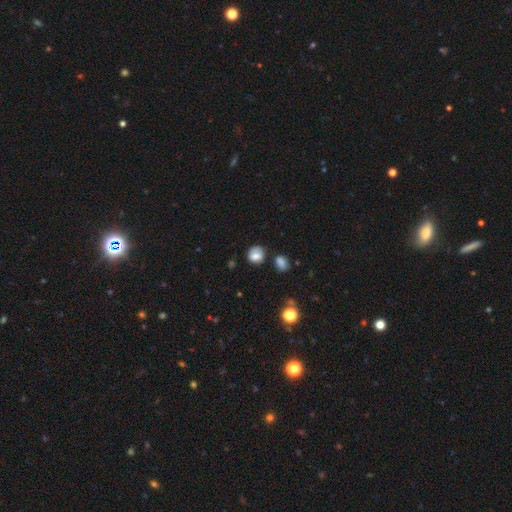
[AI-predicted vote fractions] Q: Smooth or featured?
A: smooth (79%); runner-up: featured or disk (11%)
Q: How rounded?
A: round (68%); runner-up: in between (31%)
Q: Merging?
A: none (61%); runner-up: minor disturbance (22%)